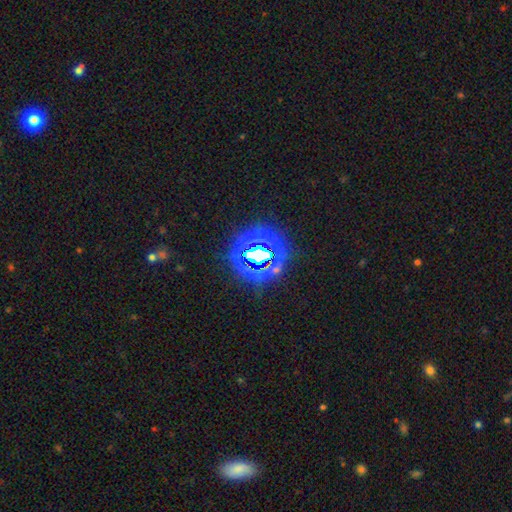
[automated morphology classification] The model was most divided on "smooth or featured": star or artifact: 73%, smooth: 15%, featured or disk: 11%.